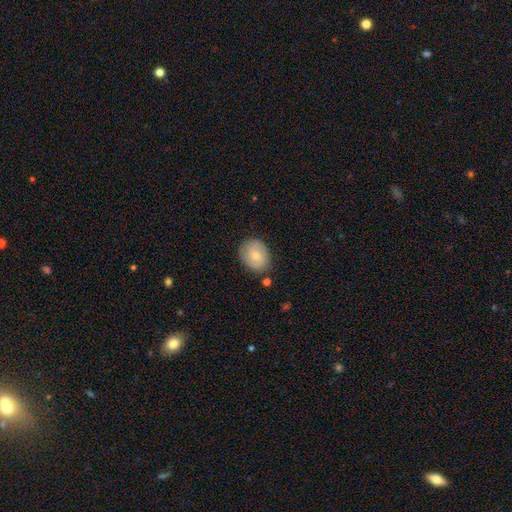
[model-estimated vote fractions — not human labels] A smooth galaxy with no disk features (70%) that is in between round and cigar-shaped (51%). Merging: none (78%).